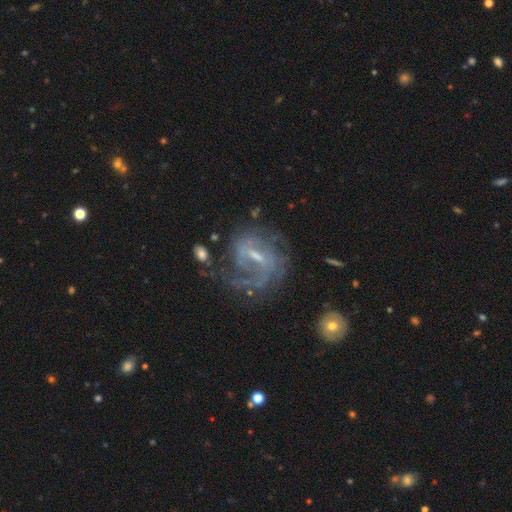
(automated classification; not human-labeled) Overall: featured or disk (83%). Edge-on disk: no (97%). Bar: weak (56%; strong 25%). Spiral arms: yes (90%). Spiral arm count: 2 (36%; can't tell 30%). Spiral winding: medium (43%; tight 36%). Bulge size: small (58%; moderate 32%). Merging: none (56%; major disturbance 22%).